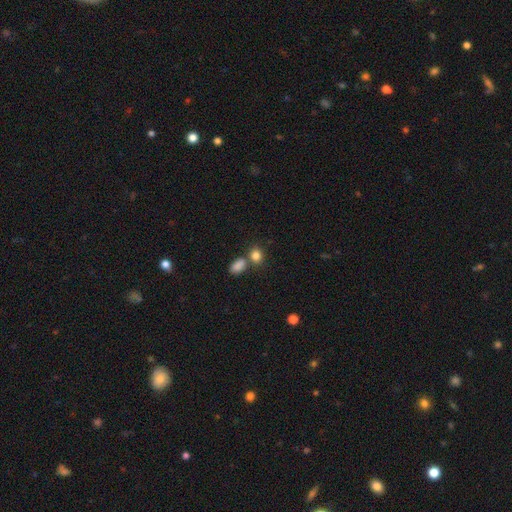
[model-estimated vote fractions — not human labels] Q: Smooth or featured?
A: smooth (84%); runner-up: star or artifact (10%)
Q: How rounded?
A: round (52%); runner-up: in between (46%)
Q: Merging?
A: none (53%); runner-up: merger (33%)